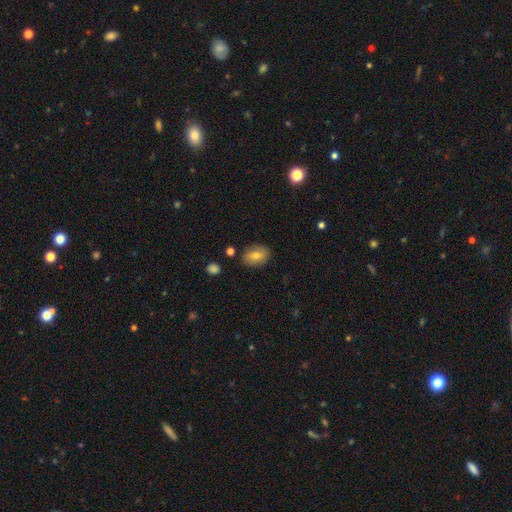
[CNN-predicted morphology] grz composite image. It shows a smooth galaxy with no disk features (76%) that is in between round and cigar-shaped (73%). Merging: none (84%).